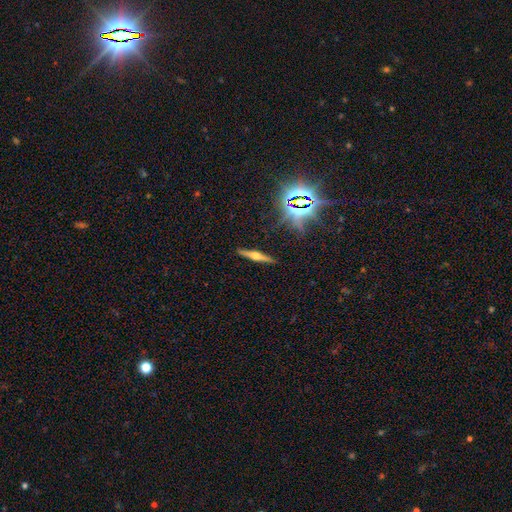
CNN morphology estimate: Q: Smooth or featured?
A: featured or disk (66%); runner-up: smooth (23%)
Q: Edge-on disk?
A: yes (97%); runner-up: no (3%)
Q: Edge-on bulge?
A: rounded (91%); runner-up: boxy (6%)
Q: Merging?
A: none (90%); runner-up: minor disturbance (7%)